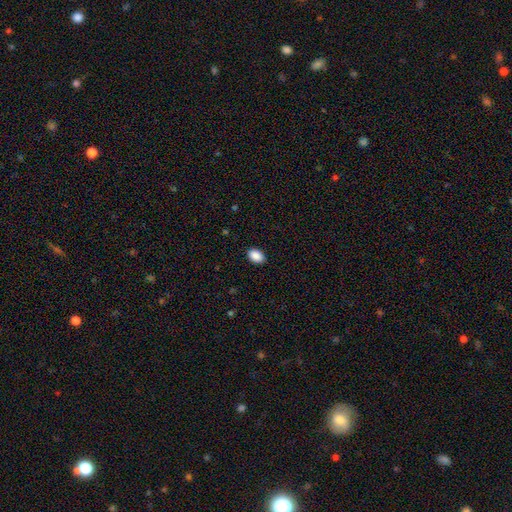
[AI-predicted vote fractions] Q: Smooth or featured?
A: smooth (90%); runner-up: star or artifact (7%)
Q: How rounded?
A: in between (85%); runner-up: round (14%)
Q: Merging?
A: none (89%); runner-up: minor disturbance (8%)